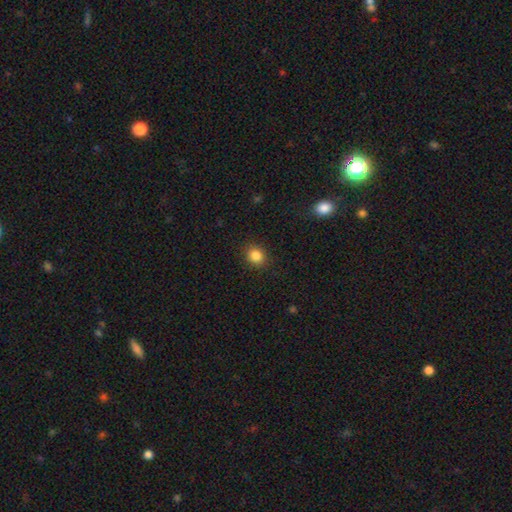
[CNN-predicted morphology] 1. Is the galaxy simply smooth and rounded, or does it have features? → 85% smooth, 11% star or artifact, 4% featured or disk.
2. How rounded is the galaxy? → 71% round, 28% in between, 1% cigar-shaped.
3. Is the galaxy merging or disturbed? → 89% none, 7% minor disturbance, 2% major disturbance, 1% merger.